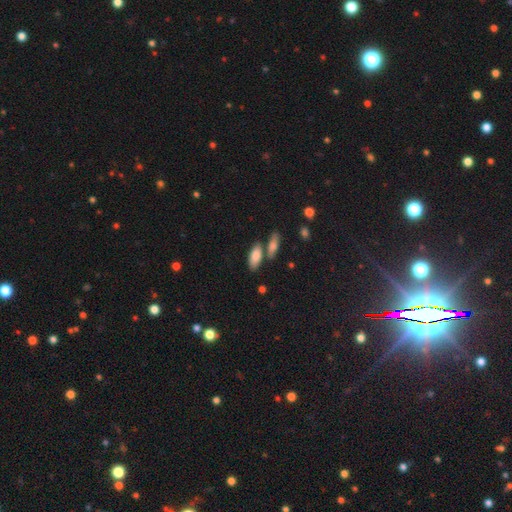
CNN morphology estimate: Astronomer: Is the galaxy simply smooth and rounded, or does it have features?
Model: smooth — 82%.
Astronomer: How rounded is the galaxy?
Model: in between — 78%.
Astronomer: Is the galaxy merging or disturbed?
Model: none — 61%.